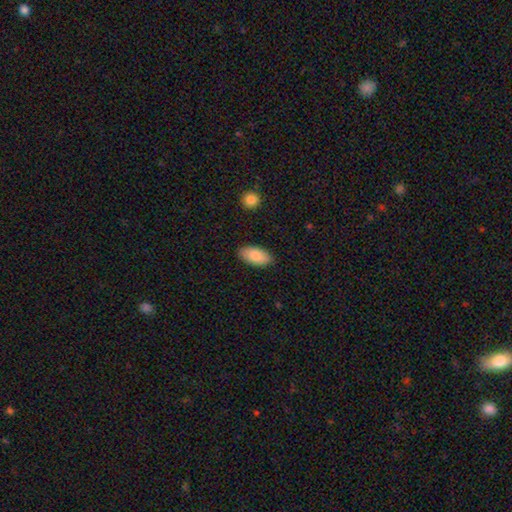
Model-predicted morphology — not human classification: smooth-or-featured: smooth: 86% | featured or disk: 8% | star or artifact: 6%
  how-rounded: in between: 94% | cigar-shaped: 4% | round: 2%
  merging: none: 87% | minor disturbance: 10% | major disturbance: 2% | merger: 1%